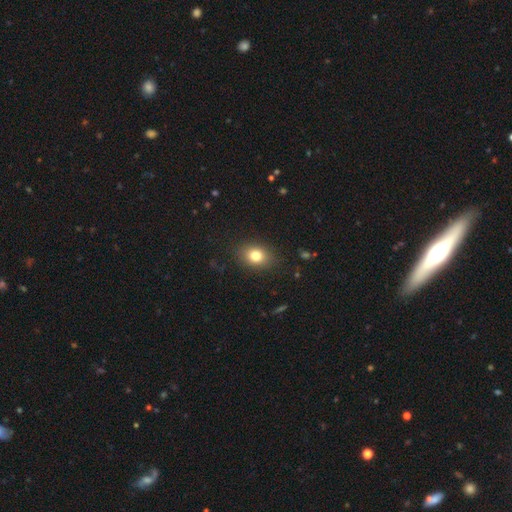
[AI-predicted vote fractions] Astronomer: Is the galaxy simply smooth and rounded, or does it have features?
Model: smooth — 79%.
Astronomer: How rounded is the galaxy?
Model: in between — 59% (runner-up: round, 40%).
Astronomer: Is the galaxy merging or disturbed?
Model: none — 86%.